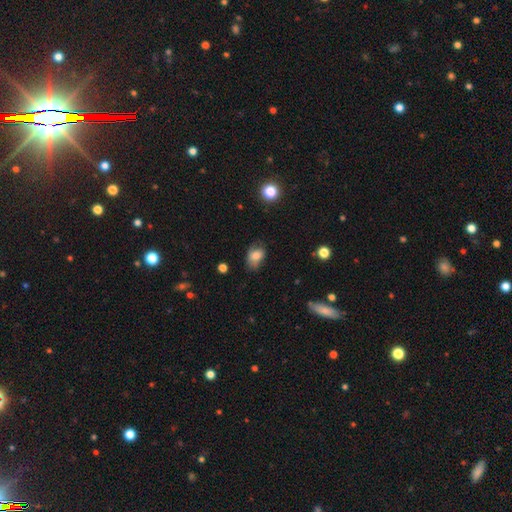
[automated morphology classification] Smooth or featured: smooth — 74% (featured or disk — 16%)
How rounded: in between — 79% (round — 20%)
Merging: none — 59% (minor disturbance — 31%)